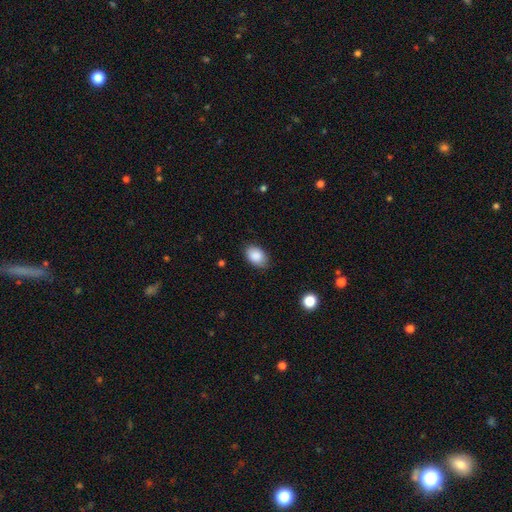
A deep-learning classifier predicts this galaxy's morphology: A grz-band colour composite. It shows a smooth galaxy with no disk features (89%) that is in between round and cigar-shaped (89%). Merging: none (83%).